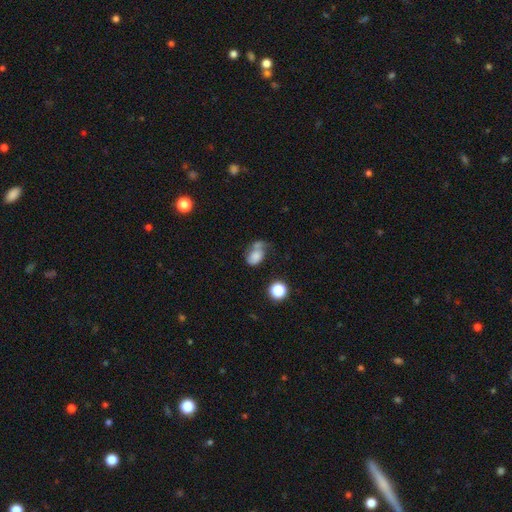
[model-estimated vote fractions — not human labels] The model was most divided on "merging": none: 28%, merger: 27%, major disturbance: 23%, minor disturbance: 22%. More confident: how rounded — in between (74%); smooth or featured — smooth (69%).